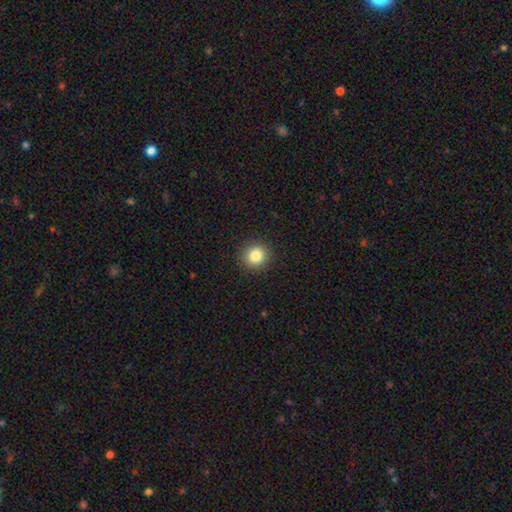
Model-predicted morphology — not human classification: Smooth or featured?
  - smooth: 83% *
  - star or artifact: 11%
  - featured or disk: 6%
How rounded?
  - round: 91% *
  - in between: 8%
  - cigar-shaped: 1%
Merging?
  - none: 91% *
  - minor disturbance: 6%
  - major disturbance: 2%
  - merger: 1%